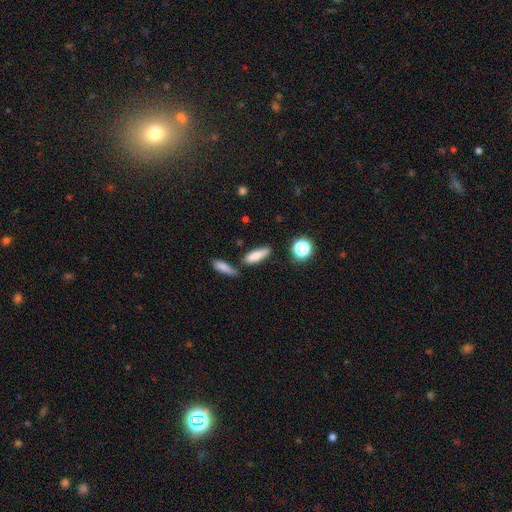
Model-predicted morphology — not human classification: Overall: smooth (79%). How rounded: cigar-shaped (50%; in between 47%). Merging: none (68%).